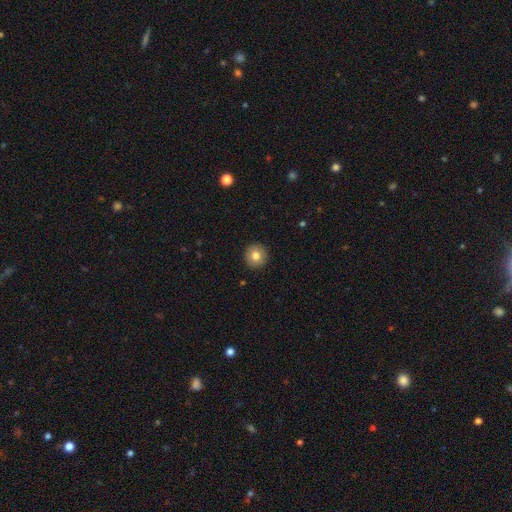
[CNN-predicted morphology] A smooth galaxy with no disk features (80%) that is round (95%). Merging: none (92%).